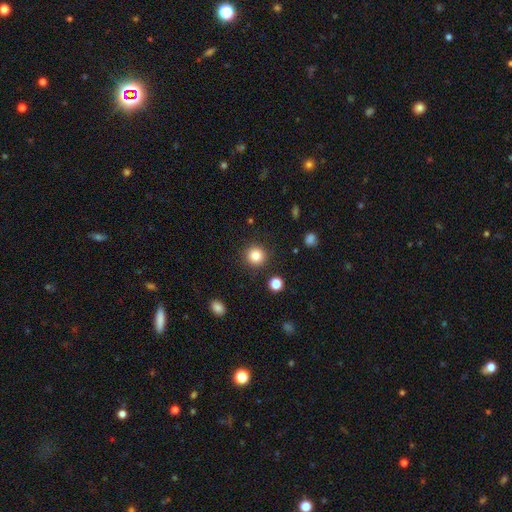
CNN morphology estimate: smooth-or-featured: smooth: 84% | star or artifact: 11% | featured or disk: 5%
  how-rounded: round: 94% | in between: 5% | cigar-shaped: 1%
  merging: none: 90% | minor disturbance: 6% | major disturbance: 2% | merger: 2%